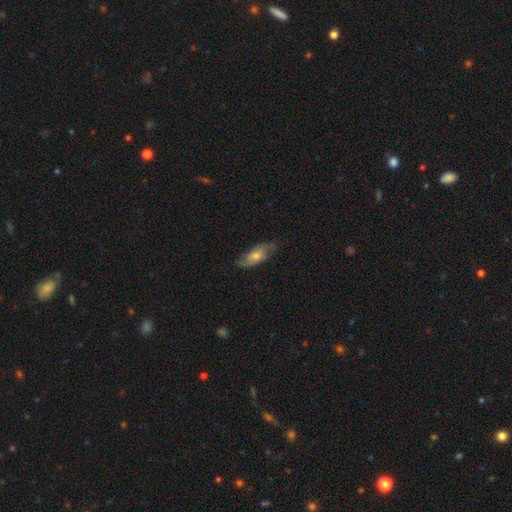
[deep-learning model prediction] Smooth or featured?
  - smooth: 58% *
  - featured or disk: 36%
  - star or artifact: 6%
How rounded?
  - in between: 75% *
  - cigar-shaped: 22%
  - round: 3%
Merging?
  - none: 70% *
  - minor disturbance: 23%
  - major disturbance: 7%
  - merger: 1%